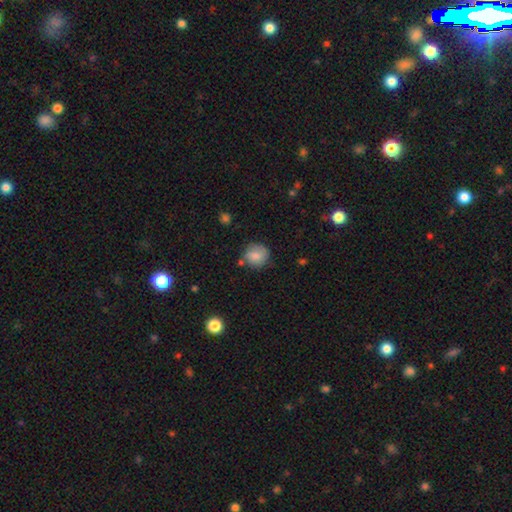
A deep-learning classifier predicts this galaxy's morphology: A smooth galaxy with no disk features (80%) that is round (84%).

Vote fractions:
- Smooth or featured? smooth: 80% / featured or disk: 11% / star or artifact: 9%
- How rounded? round: 84% / in between: 15% / cigar-shaped: 1%
- Merging? none: 70% / minor disturbance: 20% / major disturbance: 5% / merger: 5%